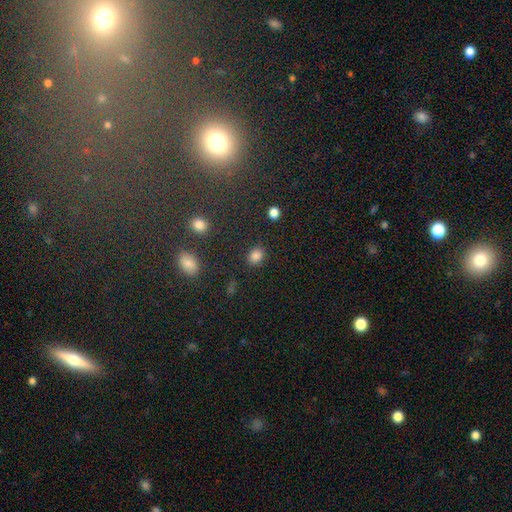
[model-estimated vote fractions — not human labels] Morphology: type=smooth (85%); roundness=in between (55%); merging=none (86%).